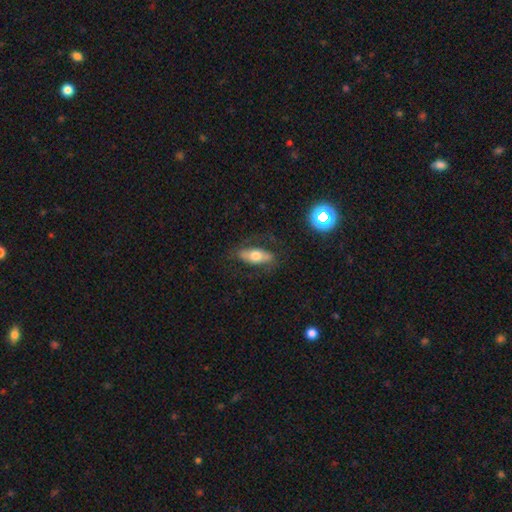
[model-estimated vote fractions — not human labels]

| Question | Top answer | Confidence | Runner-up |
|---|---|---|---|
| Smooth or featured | smooth | 56% | featured or disk (36%) |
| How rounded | in between | 74% | cigar-shaped (22%) |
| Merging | none | 73% | minor disturbance (16%) |